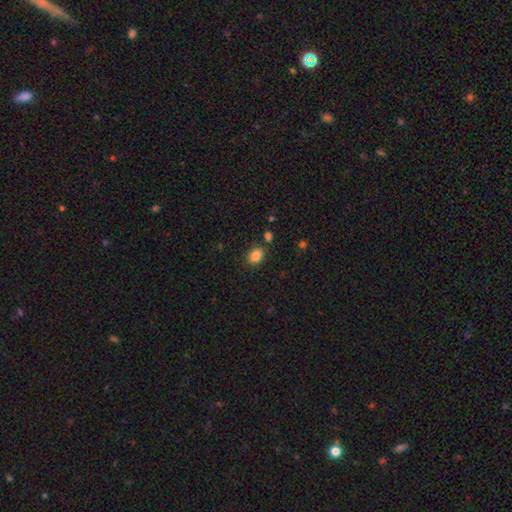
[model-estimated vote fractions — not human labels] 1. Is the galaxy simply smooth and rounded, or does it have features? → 85% smooth, 10% star or artifact, 4% featured or disk.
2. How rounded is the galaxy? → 66% in between, 33% round, 1% cigar-shaped.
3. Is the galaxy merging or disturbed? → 79% none, 12% minor disturbance, 6% merger, 3% major disturbance.